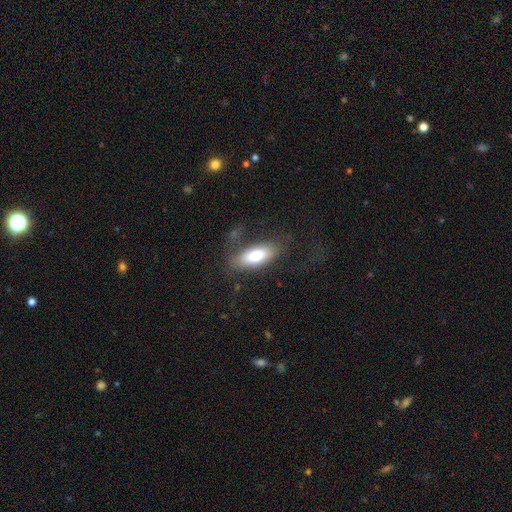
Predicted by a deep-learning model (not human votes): smooth 74%, featured or disk 20%, star or artifact 7%. Down the decision tree: how rounded — in between (78%); merging — none (67%).